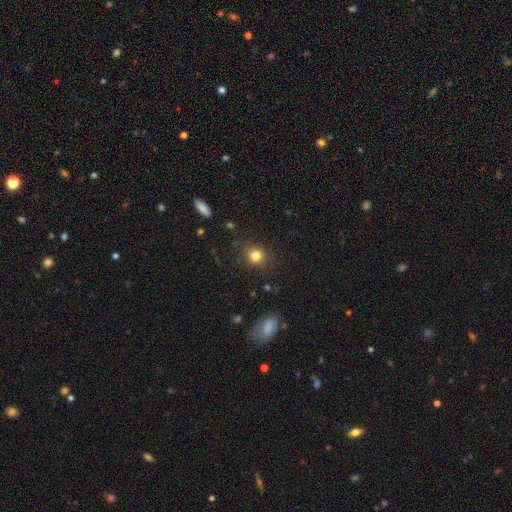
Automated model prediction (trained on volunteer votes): smooth-or-featured: smooth: 82% | star or artifact: 12% | featured or disk: 6%
  how-rounded: round: 82% | in between: 17% | cigar-shaped: 1%
  merging: none: 86% | minor disturbance: 9% | major disturbance: 3% | merger: 1%